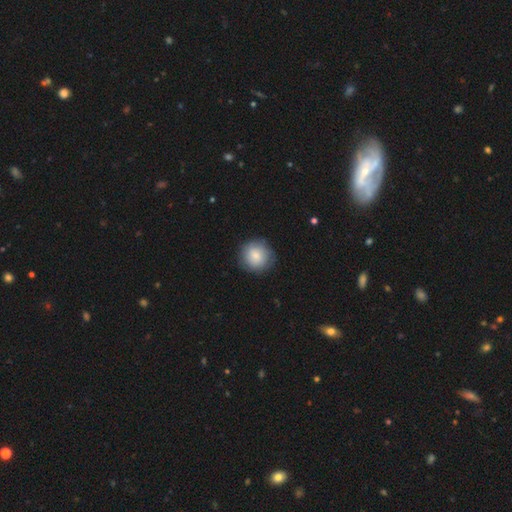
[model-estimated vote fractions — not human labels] This is clearly a smooth galaxy (82%). How rounded: clearly round (93%). Merging: clearly none (86%).